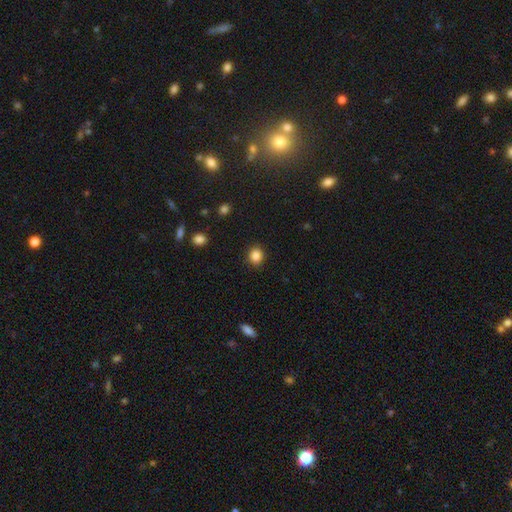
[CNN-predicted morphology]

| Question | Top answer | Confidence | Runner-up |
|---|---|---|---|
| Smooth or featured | smooth | 86% | star or artifact (10%) |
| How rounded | round | 68% | in between (31%) |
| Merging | none | 89% | minor disturbance (7%) |